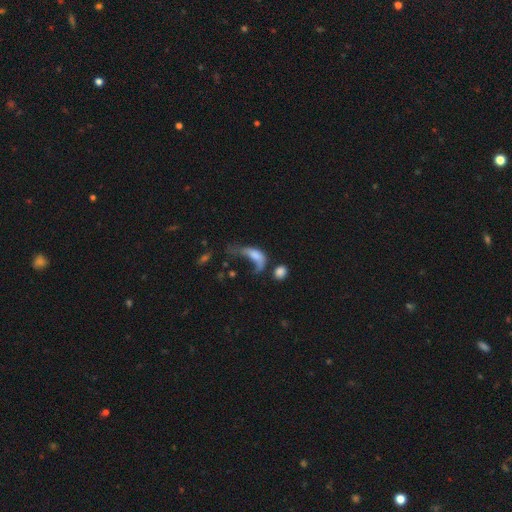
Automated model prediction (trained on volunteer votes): smooth-or-featured: smooth: 55% | featured or disk: 34% | star or artifact: 11%
  how-rounded: in between: 71% | cigar-shaped: 17% | round: 12%
  merging: major disturbance: 57% | merger: 18% | none: 14% | minor disturbance: 11%